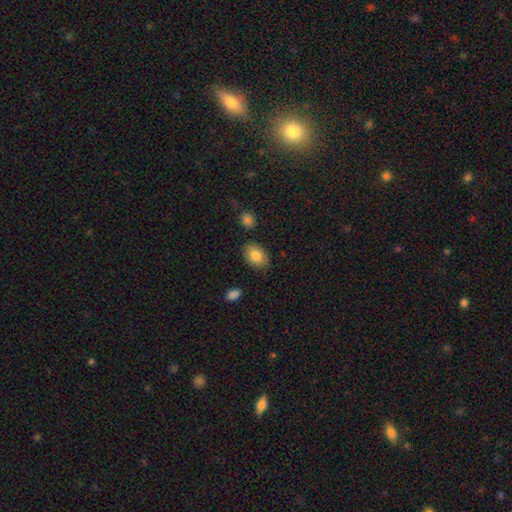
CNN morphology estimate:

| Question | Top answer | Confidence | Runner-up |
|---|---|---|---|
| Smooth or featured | smooth | 83% | featured or disk (10%) |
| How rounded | in between | 86% | round (13%) |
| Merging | none | 83% | minor disturbance (12%) |